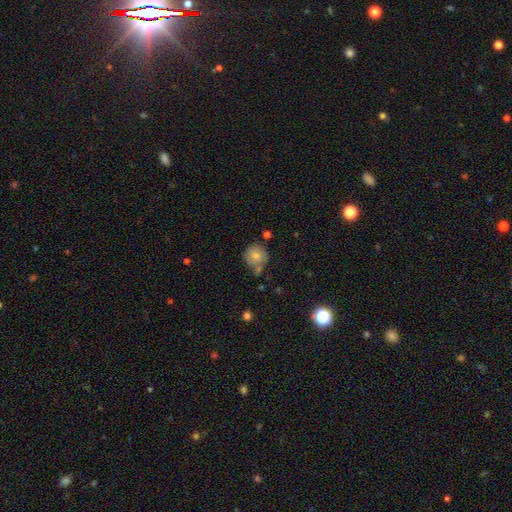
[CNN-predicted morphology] type=smooth (78%); roundness=round (89%); merging=none (62%).